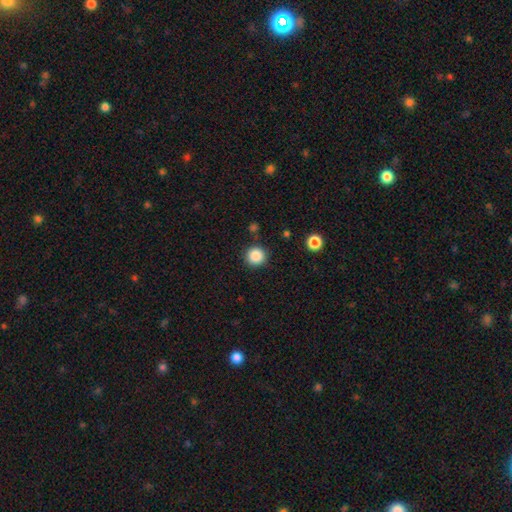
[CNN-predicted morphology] smooth_or_featured: smooth (p=0.87) [alt: star or artifact p=0.10]
how_rounded: round (p=0.95) [alt: in between p=0.04]
merging: none (p=0.88) [alt: minor disturbance p=0.07]